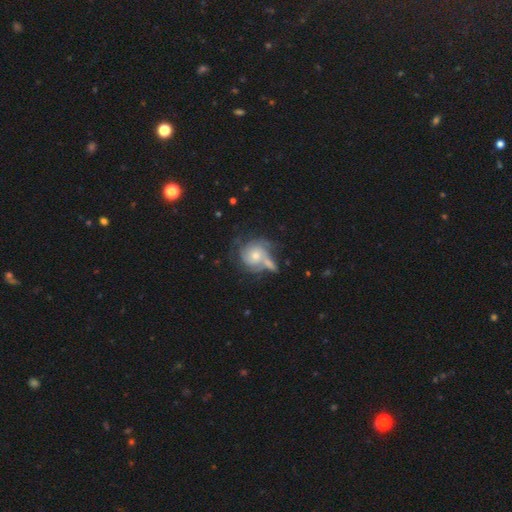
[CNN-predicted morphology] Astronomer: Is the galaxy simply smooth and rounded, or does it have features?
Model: featured or disk — 65%.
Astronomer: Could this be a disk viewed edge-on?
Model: no — 97%.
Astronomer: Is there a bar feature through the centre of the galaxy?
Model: no — 79%.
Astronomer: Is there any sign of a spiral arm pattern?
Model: yes — 82%.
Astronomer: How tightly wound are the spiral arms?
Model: tight — 52% (runner-up: medium, 33%).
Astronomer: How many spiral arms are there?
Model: can't tell — 37% (runner-up: 2, 28%).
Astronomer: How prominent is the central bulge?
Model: moderate — 50% (runner-up: small, 42%).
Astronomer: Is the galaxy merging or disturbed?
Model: none — 37% (runner-up: merger, 29%).